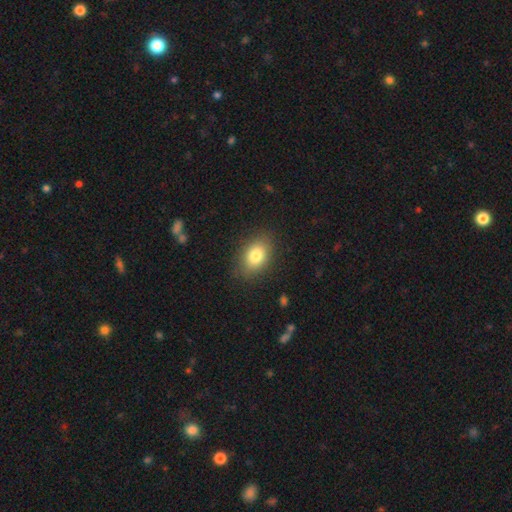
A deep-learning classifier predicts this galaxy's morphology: Smooth or featured? smooth (81%)
How rounded? in between (80%)
Merging? none (85%)